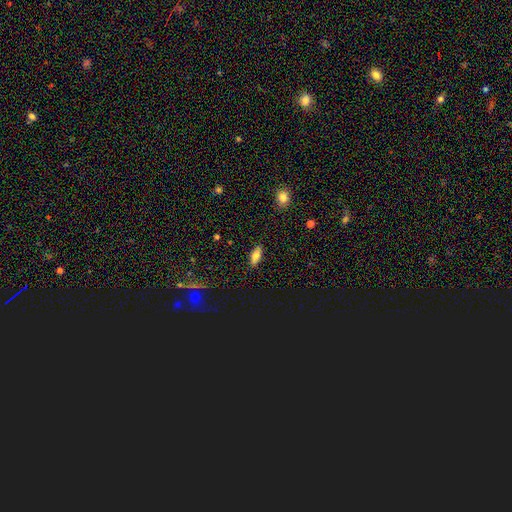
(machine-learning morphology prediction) Smooth or featured? Predicted: smooth (p=0.68). How rounded? Predicted: in between (p=0.72). Merging? Predicted: none (p=0.88).